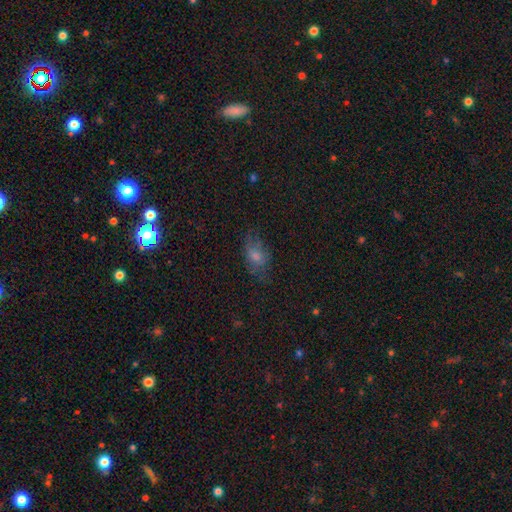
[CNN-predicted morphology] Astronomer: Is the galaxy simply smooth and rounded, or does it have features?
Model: smooth — 54%.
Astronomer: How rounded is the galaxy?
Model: in between — 79%.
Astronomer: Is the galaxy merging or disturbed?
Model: none — 65%.